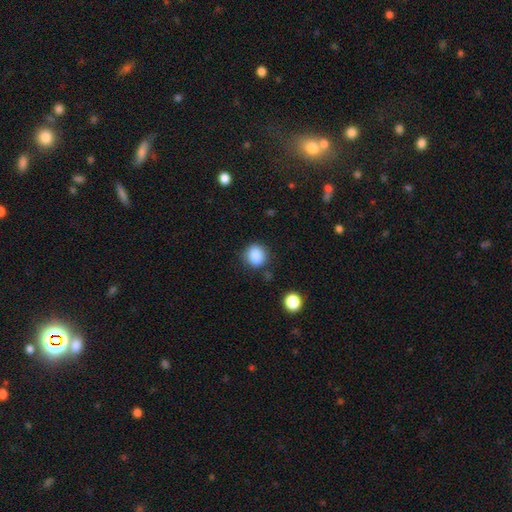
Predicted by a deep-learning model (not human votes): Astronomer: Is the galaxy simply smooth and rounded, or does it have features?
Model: smooth — 86%.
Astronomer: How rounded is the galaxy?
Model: round — 60% (runner-up: in between, 39%).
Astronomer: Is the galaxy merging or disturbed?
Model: none — 79%.